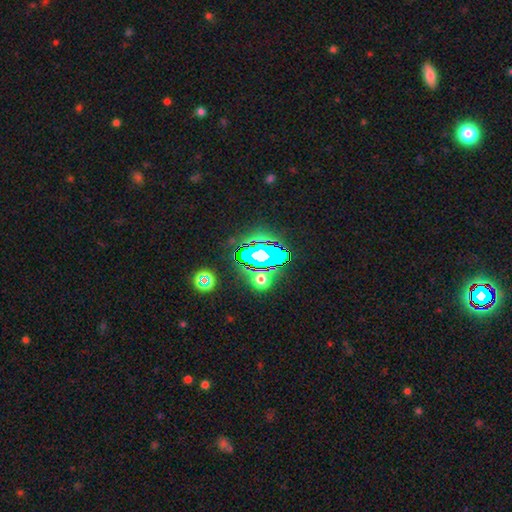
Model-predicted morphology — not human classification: smooth_or_featured: star or artifact (p=0.78) [alt: smooth p=0.13]